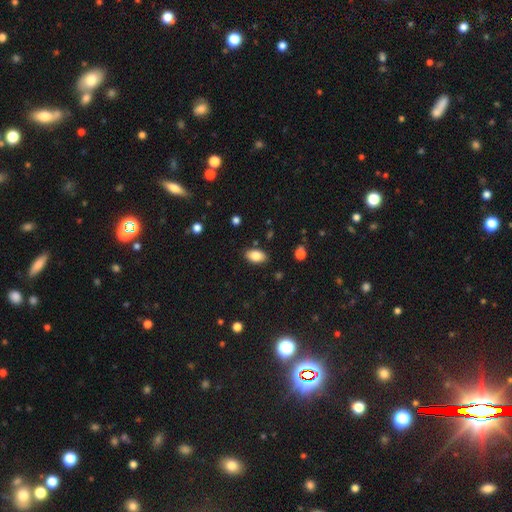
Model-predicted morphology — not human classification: A smooth galaxy with no disk features (83%) that is in between round and cigar-shaped (92%).

Vote fractions:
- Smooth or featured? smooth: 83% / featured or disk: 9% / star or artifact: 8%
- How rounded? in between: 92% / round: 6% / cigar-shaped: 2%
- Merging? none: 85% / minor disturbance: 11% / major disturbance: 2% / merger: 2%